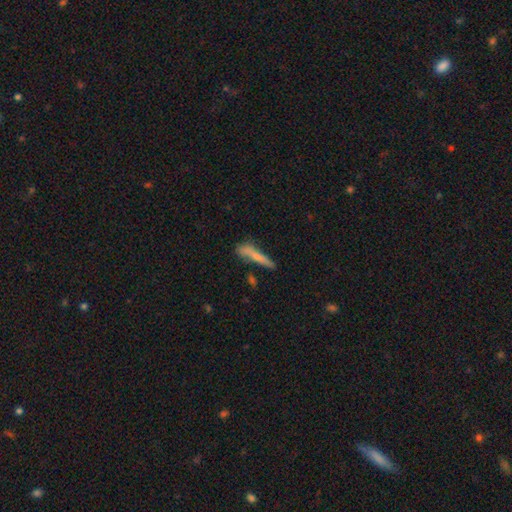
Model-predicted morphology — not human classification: Q: Smooth or featured?
A: smooth (65%); runner-up: featured or disk (28%)
Q: How rounded?
A: cigar-shaped (91%); runner-up: in between (8%)
Q: Merging?
A: none (64%); runner-up: minor disturbance (22%)